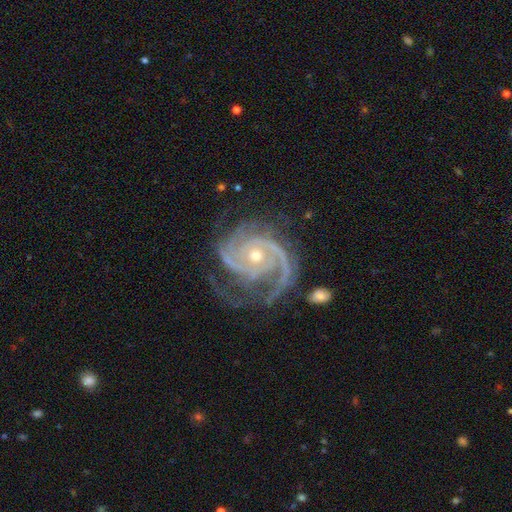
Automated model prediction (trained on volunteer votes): Smooth or featured?
  - featured or disk: 93% *
  - star or artifact: 5%
  - smooth: 3%
Edge-on disk?
  - no: 98% *
  - yes: 2%
Bar?
  - no: 75% *
  - weak: 18%
  - strong: 7%
Spiral arms?
  - yes: 98% *
  - no: 2%
Spiral winding?
  - tight: 61% *
  - medium: 34%
  - loose: 6%
Spiral arm count?
  - 3: 38% *
  - 2: 26%
  - 4: 12%
  - can't tell: 11%
  - 1: 6%
  - more than 4: 6%
Bulge size?
  - small: 51% *
  - moderate: 46%
  - large: 1%
  - none: 1%
  - dominant: 1%
Merging?
  - none: 63% *
  - minor disturbance: 21%
  - major disturbance: 14%
  - merger: 2%